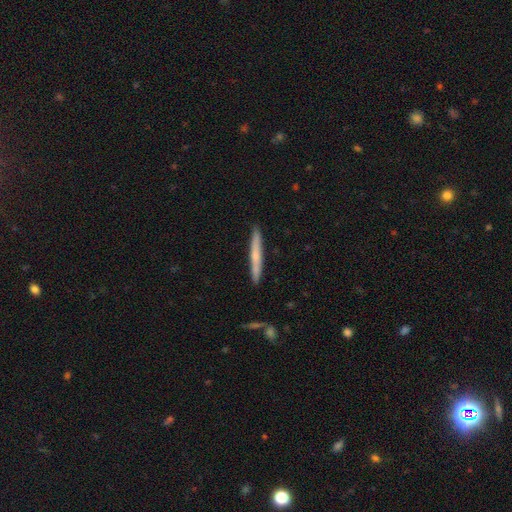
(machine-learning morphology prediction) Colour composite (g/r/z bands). It shows a smooth galaxy with no disk features (52%) that is cigar-shaped (96%). Merging: none (91%).